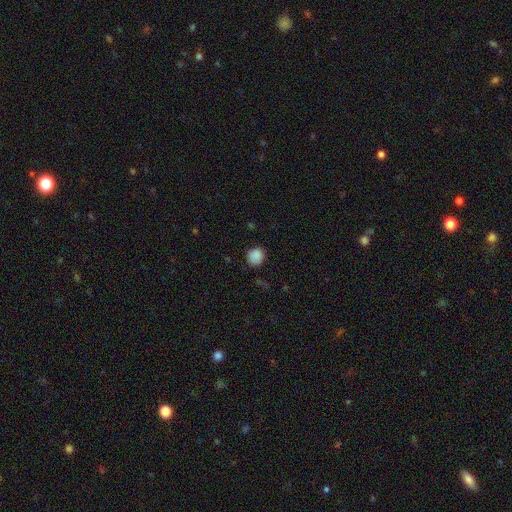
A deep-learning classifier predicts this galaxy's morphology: A smooth galaxy with no disk features (87%) that is round (84%).

Vote fractions:
- Smooth or featured? smooth: 87% / star or artifact: 10% / featured or disk: 4%
- How rounded? round: 84% / in between: 15% / cigar-shaped: 1%
- Merging? none: 80% / minor disturbance: 16% / major disturbance: 3% / merger: 1%